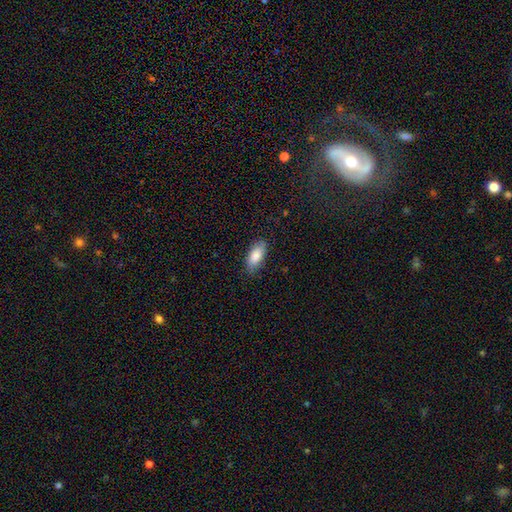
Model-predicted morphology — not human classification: Smooth or featured? Predicted: smooth (p=0.85). How rounded? Predicted: in between (p=0.87). Merging? Predicted: none (p=0.83).